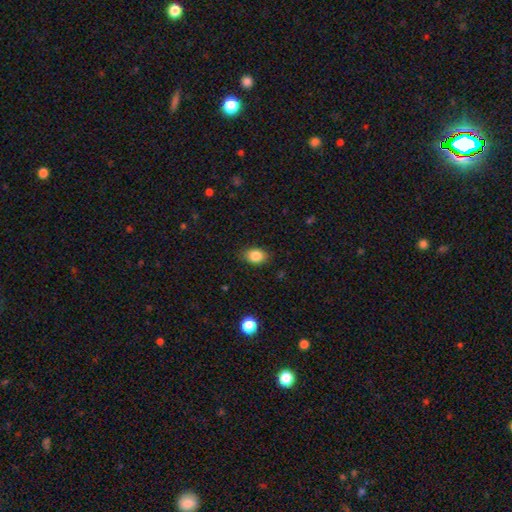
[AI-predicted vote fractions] Q: Smooth or featured?
A: smooth (85%); runner-up: star or artifact (9%)
Q: How rounded?
A: in between (75%); runner-up: round (23%)
Q: Merging?
A: none (84%); runner-up: minor disturbance (13%)